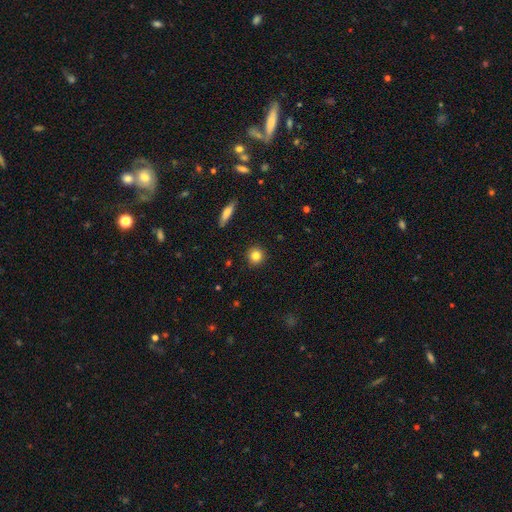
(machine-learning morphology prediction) Smooth or featured: smooth — 84% (star or artifact — 10%)
How rounded: round — 92% (in between — 6%)
Merging: none — 92% (minor disturbance — 5%)